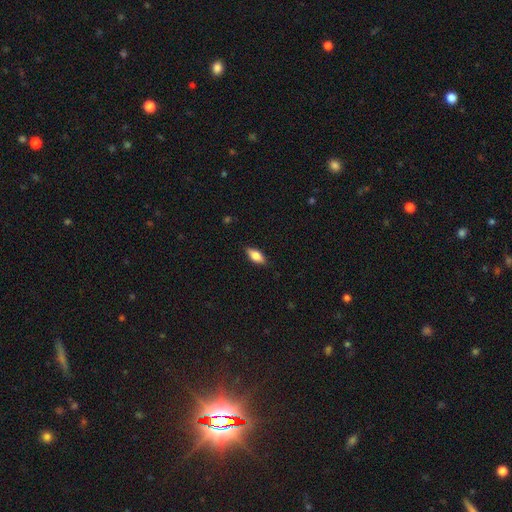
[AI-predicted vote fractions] Overall: smooth (76%). How rounded: in between (82%). Merging: none (85%).